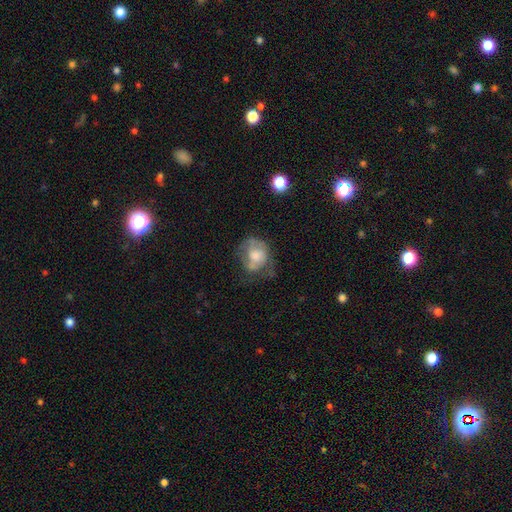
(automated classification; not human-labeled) This appears to be a smooth galaxy with no disk features (46%). Merging: none (43%).